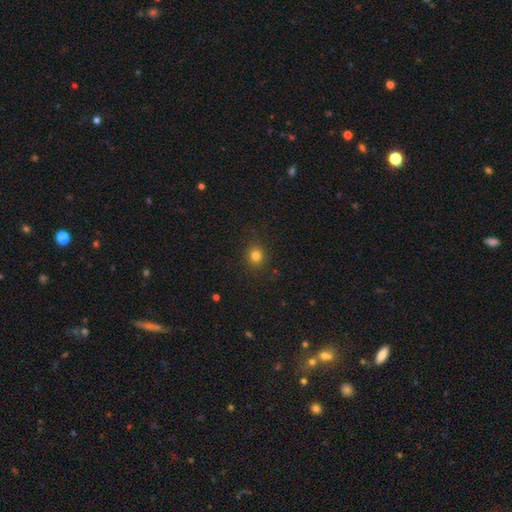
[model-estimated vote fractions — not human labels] The model was most divided on "smooth or featured": smooth: 80%, star or artifact: 14%, featured or disk: 6%. More confident: merging — none (89%); how rounded — round (83%).